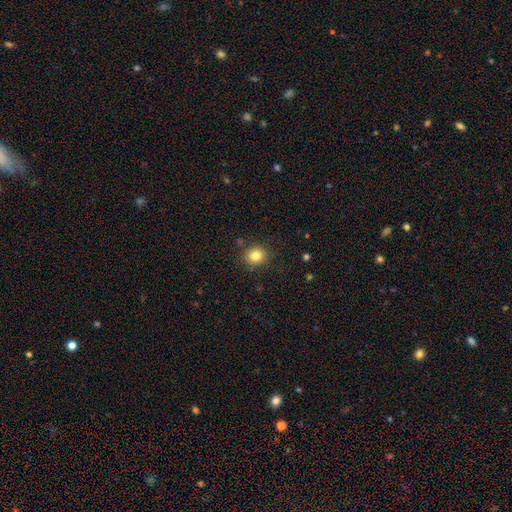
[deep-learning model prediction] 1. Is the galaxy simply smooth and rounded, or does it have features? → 82% smooth, 12% star or artifact, 6% featured or disk.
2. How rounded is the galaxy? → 86% round, 13% in between, 1% cigar-shaped.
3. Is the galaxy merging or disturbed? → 87% none, 8% minor disturbance, 3% major disturbance, 2% merger.